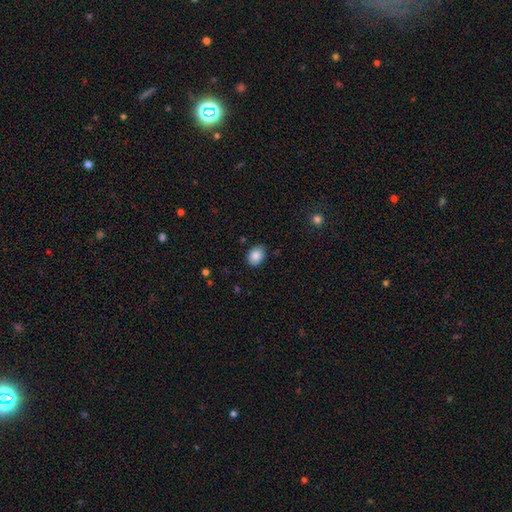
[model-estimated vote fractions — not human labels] This is clearly a smooth galaxy (88%). How rounded: likely in between (62%). Merging: clearly none (86%).